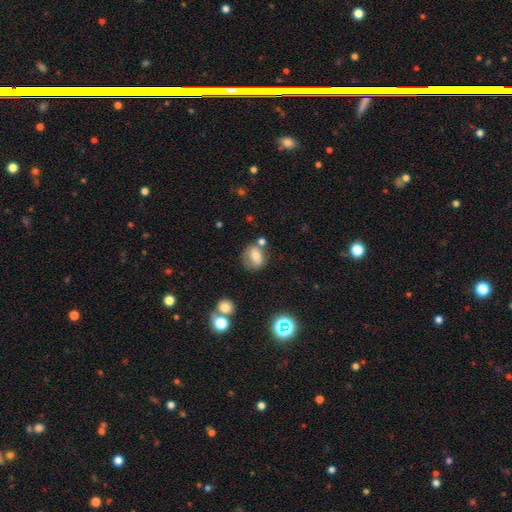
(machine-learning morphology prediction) Q: Smooth or featured?
A: smooth (68%); runner-up: featured or disk (20%)
Q: How rounded?
A: round (58%); runner-up: in between (40%)
Q: Merging?
A: none (56%); runner-up: minor disturbance (20%)